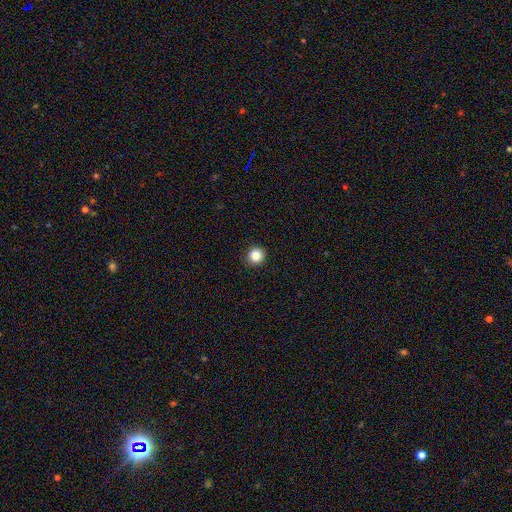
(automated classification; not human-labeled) Q: Smooth or featured?
A: smooth (87%); runner-up: star or artifact (10%)
Q: How rounded?
A: round (95%); runner-up: in between (4%)
Q: Merging?
A: none (92%); runner-up: minor disturbance (5%)